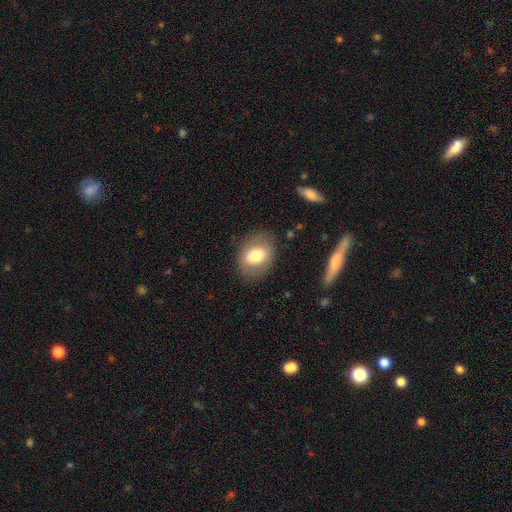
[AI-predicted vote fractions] Smooth or featured? Predicted: smooth (p=0.71). How rounded? Predicted: in between (p=0.68). Merging? Predicted: none (p=0.80).